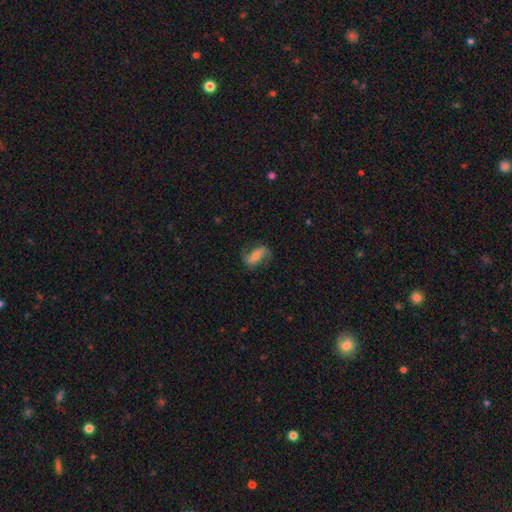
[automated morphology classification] A featured or disk galaxy (71%) with a strong bar (45%), 2 (89%) loose (67%) spiral arms (92%) and a small central bulge (44%).

Vote fractions:
- Smooth or featured? featured or disk: 71% / smooth: 21% / star or artifact: 8%
- Edge-on disk? no: 93% / yes: 7%
- Bar? strong: 45% / weak: 31% / no: 25%
- Spiral arms? yes: 92% / no: 8%
- Spiral winding? loose: 67% / medium: 25% / tight: 8%
- Spiral arm count? 2: 89% / 1: 5% / can't tell: 3% / 3: 1% / 4: 1% / more than 4: 1%
- Bulge size? small: 44% / moderate: 32% / none: 16% / large: 6% / dominant: 2%
- Merging? none: 73% / minor disturbance: 16% / major disturbance: 9% / merger: 2%